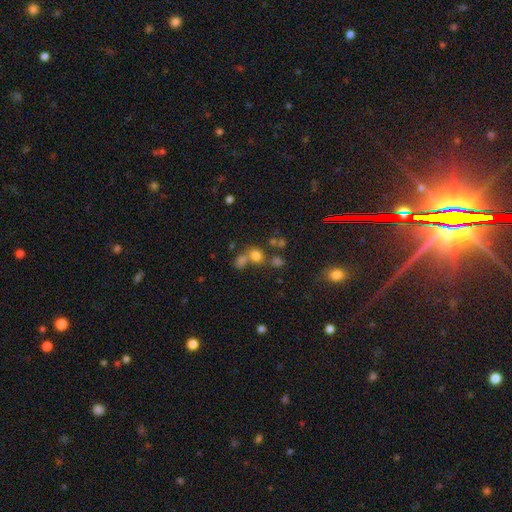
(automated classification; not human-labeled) A smooth galaxy with no disk features (70%) that is round (72%). Merging: none (45%).